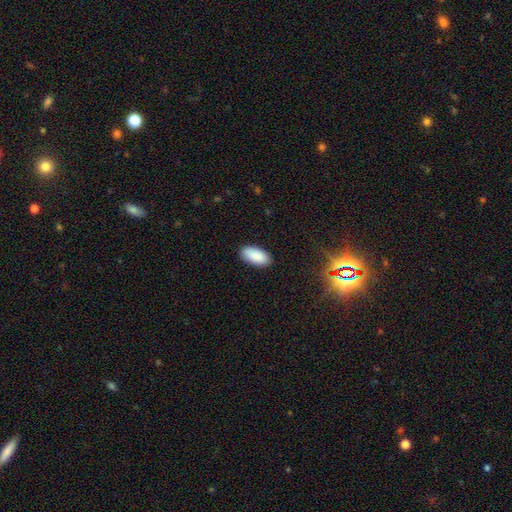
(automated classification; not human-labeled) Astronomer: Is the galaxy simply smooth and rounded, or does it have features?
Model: smooth — 90%.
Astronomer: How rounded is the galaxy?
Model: in between — 94%.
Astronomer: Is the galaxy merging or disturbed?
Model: none — 88%.